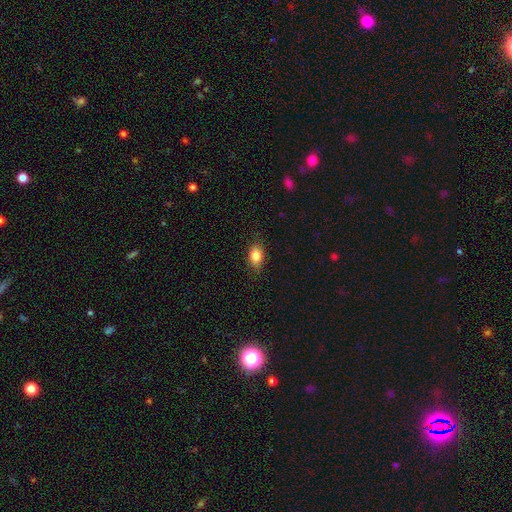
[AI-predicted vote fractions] Smooth or featured: smooth — 83% (featured or disk — 9%)
How rounded: in between — 80% (round — 17%)
Merging: none — 83% (minor disturbance — 13%)